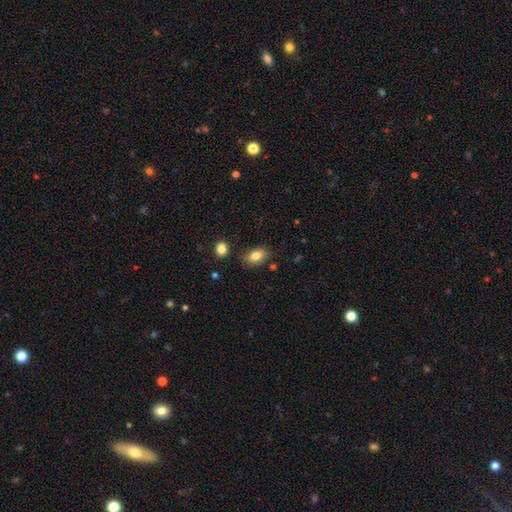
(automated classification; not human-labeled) Smooth or featured: smooth — 83% (featured or disk — 9%)
How rounded: in between — 86% (round — 12%)
Merging: none — 80% (minor disturbance — 13%)